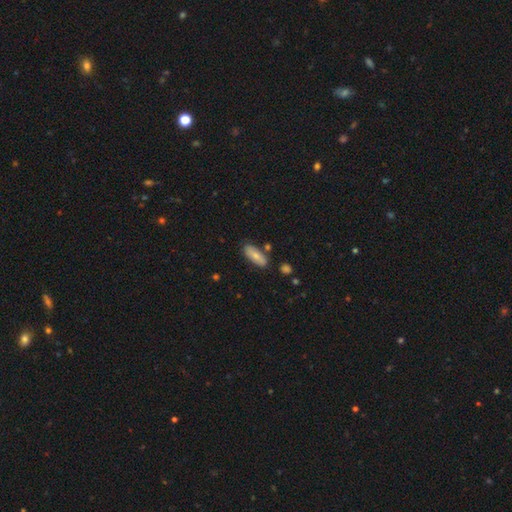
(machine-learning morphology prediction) Smooth or featured: smooth — 74% (featured or disk — 20%)
How rounded: in between — 72% (cigar-shaped — 25%)
Merging: none — 79% (minor disturbance — 14%)